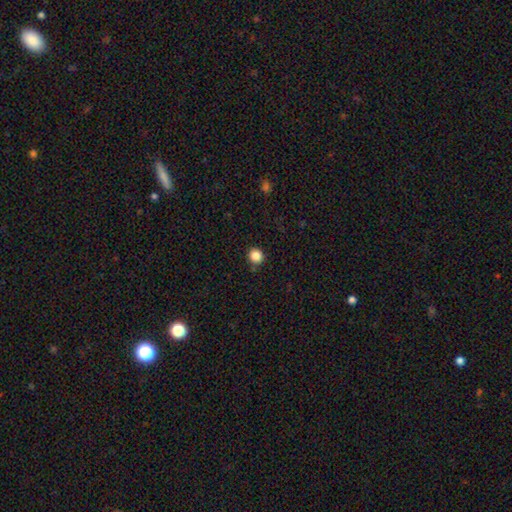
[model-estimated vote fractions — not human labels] Overall: smooth (85%). How rounded: round (89%). Merging: none (89%).